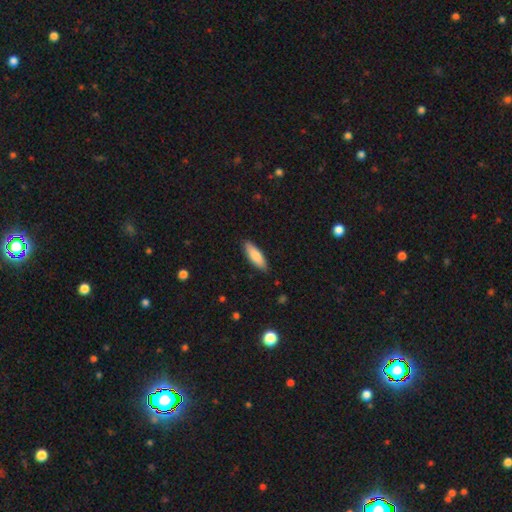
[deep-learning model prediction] Smooth or featured?
  - smooth: 81% *
  - featured or disk: 13%
  - star or artifact: 6%
How rounded?
  - in between: 53% *
  - cigar-shaped: 46%
  - round: 2%
Merging?
  - none: 87% *
  - minor disturbance: 10%
  - major disturbance: 2%
  - merger: 1%